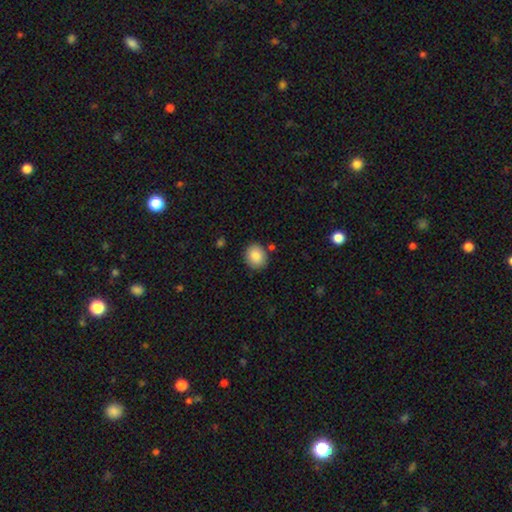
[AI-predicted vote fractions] Q: Smooth or featured?
A: smooth (86%); runner-up: star or artifact (8%)
Q: How rounded?
A: round (67%); runner-up: in between (32%)
Q: Merging?
A: none (85%); runner-up: minor disturbance (9%)